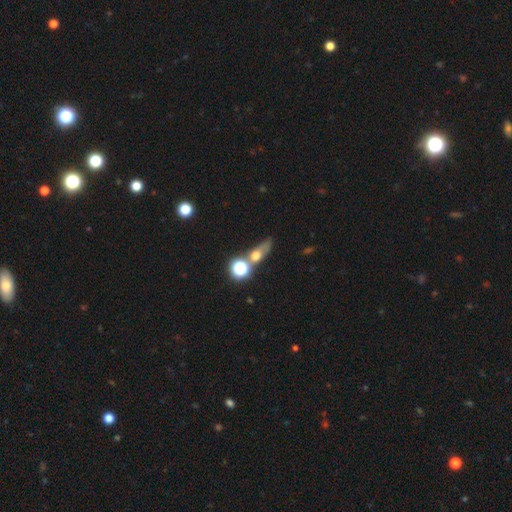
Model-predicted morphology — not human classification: Overall: smooth (54%; star or artifact 24%). How rounded: round (42%; in between 39%). Merging: none (43%; merger 32%).